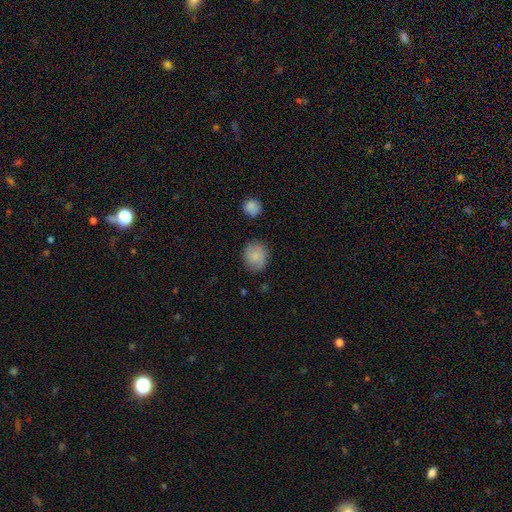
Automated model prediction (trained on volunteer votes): Overall: smooth (76%). How rounded: round (68%; in between 31%). Merging: none (78%).